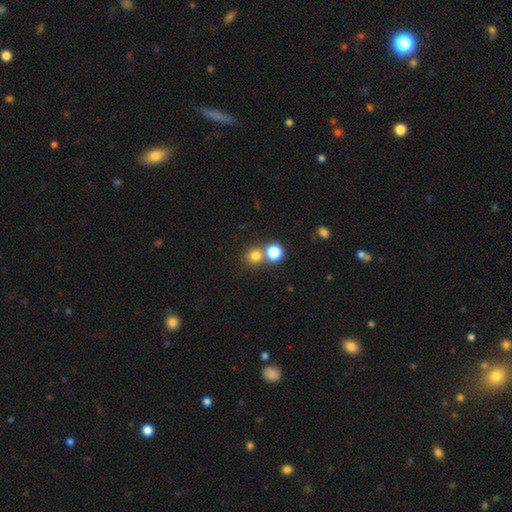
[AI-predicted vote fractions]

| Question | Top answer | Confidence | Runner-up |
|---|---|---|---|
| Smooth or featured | smooth | 77% | star or artifact (16%) |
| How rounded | round | 89% | in between (10%) |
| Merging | none | 60% | merger (31%) |